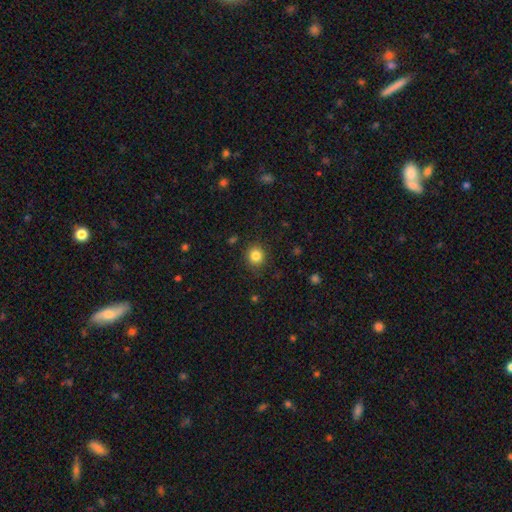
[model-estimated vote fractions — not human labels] Morphology: type=smooth (84%); roundness=round (85%); merging=none (88%).